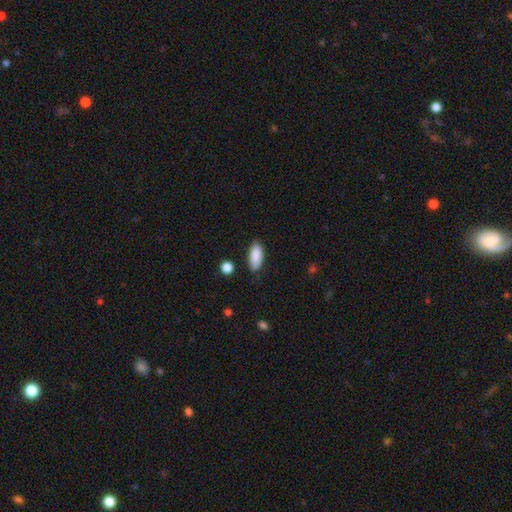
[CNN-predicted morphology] type=smooth (89%); roundness=in between (84%); merging=none (82%).